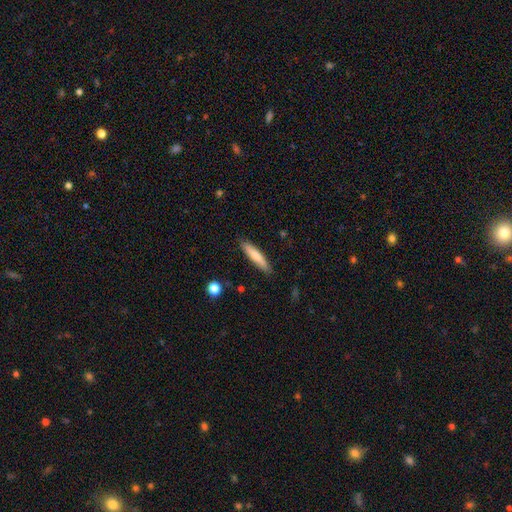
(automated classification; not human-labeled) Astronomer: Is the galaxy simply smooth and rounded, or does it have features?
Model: smooth — 75%.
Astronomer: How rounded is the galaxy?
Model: cigar-shaped — 85%.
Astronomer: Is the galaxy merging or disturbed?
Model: none — 87%.